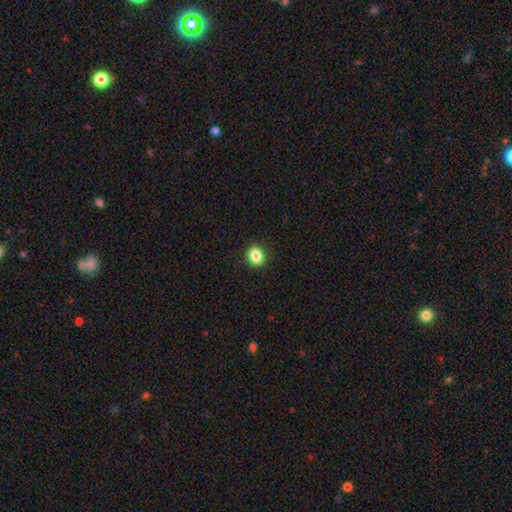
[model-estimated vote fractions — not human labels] The model was most divided on "how rounded": in between: 54%, round: 44%, cigar-shaped: 1%. More confident: merging — none (90%); smooth or featured — smooth (86%).